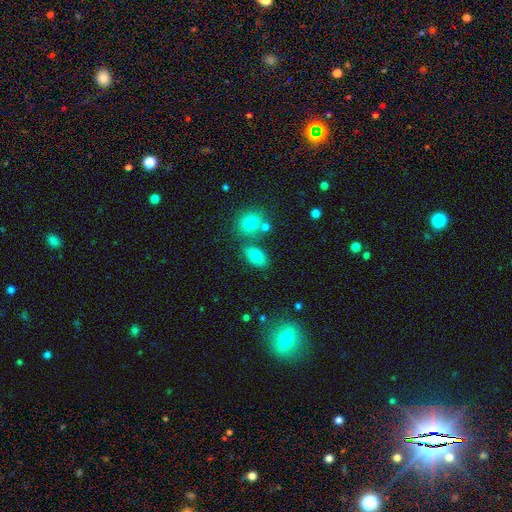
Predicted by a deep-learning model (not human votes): The model was most divided on "merging": none: 71%, merger: 14%, minor disturbance: 12%, major disturbance: 4%. More confident: how rounded — in between (87%); smooth or featured — smooth (80%).